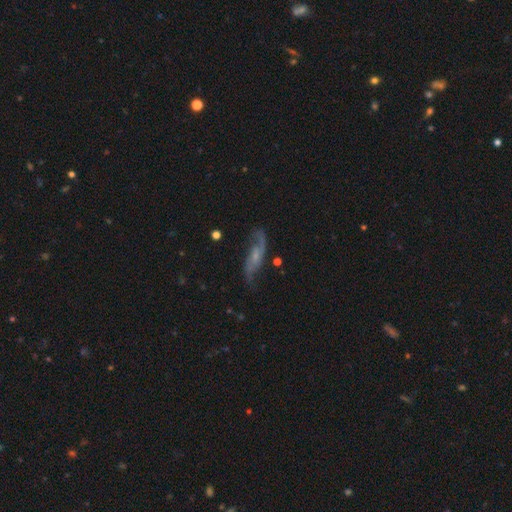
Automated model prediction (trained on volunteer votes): The model was most divided on "bar": no: 58%, weak: 33%, strong: 10%. More confident: spiral arms — yes (94%); edge-on disk — no (89%); spiral arm count — 2 (89%); smooth or featured — featured or disk (80%); merging — none (67%); bulge size — small (63%); spiral winding — loose (63%).